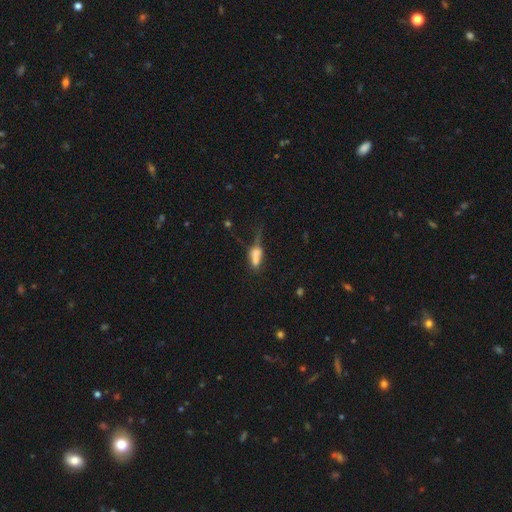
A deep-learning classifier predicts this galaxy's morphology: Smooth or featured? Predicted: smooth (p=0.55). How rounded? Predicted: in between (p=0.67). Merging? Predicted: merger (p=0.38).